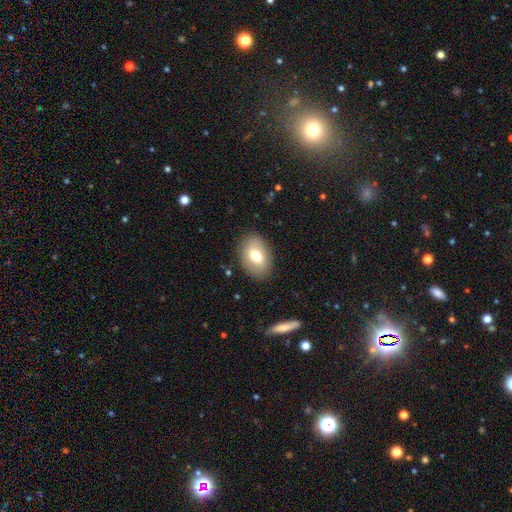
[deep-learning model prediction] Smooth or featured? smooth (71%)
How rounded? in between (84%)
Merging? none (85%)